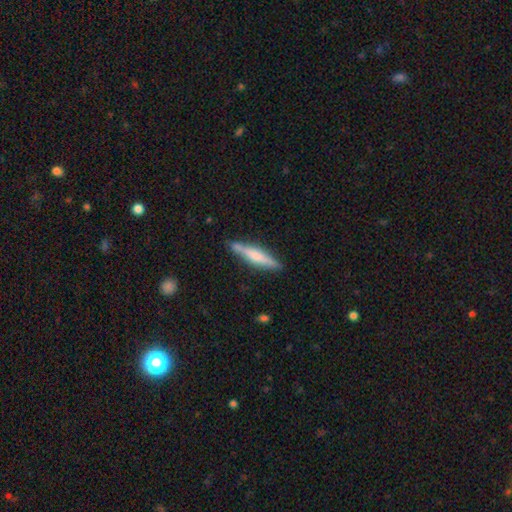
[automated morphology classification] Smooth or featured? smooth (48%)
Merging? none (82%)